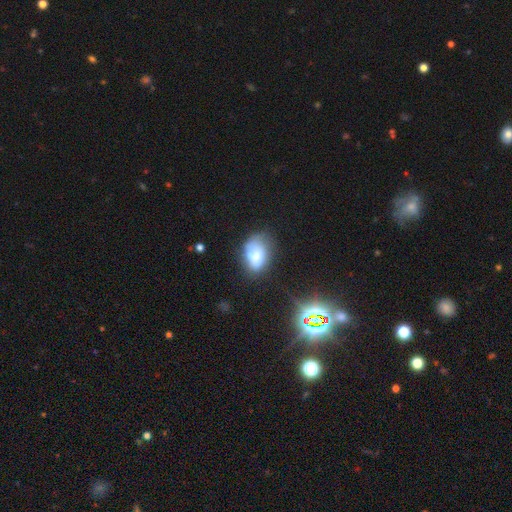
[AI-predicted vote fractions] Smooth or featured: smooth — 71% (featured or disk — 18%)
How rounded: in between — 81% (round — 18%)
Merging: none — 52% (minor disturbance — 32%)